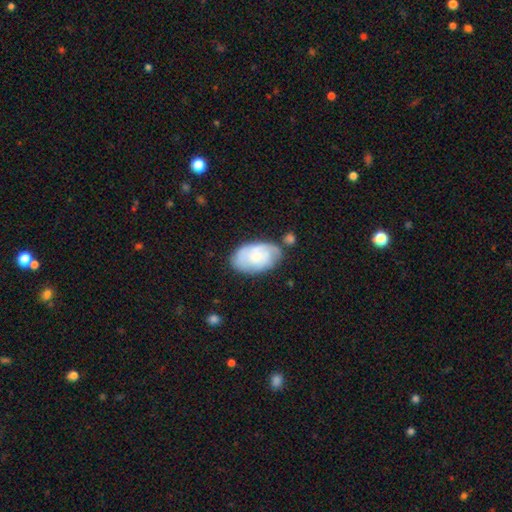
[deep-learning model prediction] Smooth or featured: smooth — 49% (featured or disk — 44%)
Merging: none — 59% (minor disturbance — 26%)